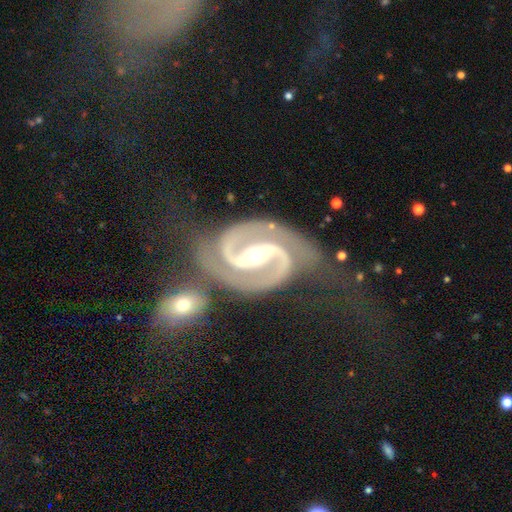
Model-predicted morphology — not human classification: Smooth or featured? Predicted: featured or disk (p=0.94). Edge-on disk? Predicted: no (p=0.98). Bar? Predicted: strong (p=0.61). Spiral arms? Predicted: yes (p=0.99). Spiral winding? Predicted: medium (p=0.59). Spiral arm count? Predicted: 2 (p=0.95). Bulge size? Predicted: moderate (p=0.56). Merging? Predicted: none (p=0.57).